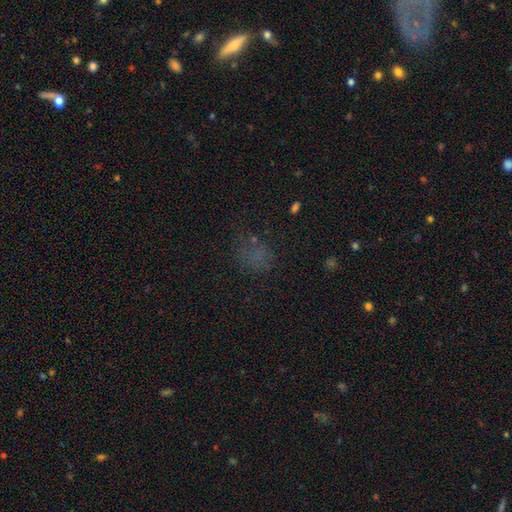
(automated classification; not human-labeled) Morphology: type=smooth (52%); roundness=round (54%); merging=none (59%).